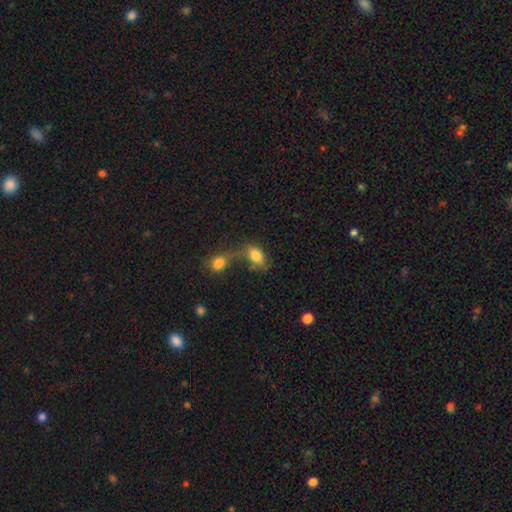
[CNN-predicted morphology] smooth 82%, featured or disk 10%, star or artifact 8%. Down the decision tree: how rounded — in between (87%); merging — merger (47%).